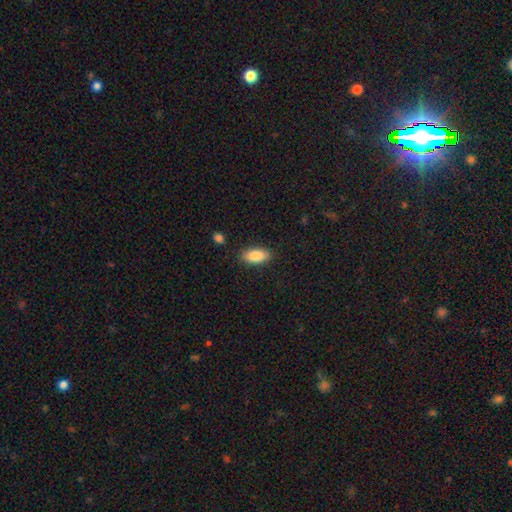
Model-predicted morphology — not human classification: Smooth or featured: smooth — 87% (featured or disk — 7%)
How rounded: in between — 88% (cigar-shaped — 10%)
Merging: none — 86% (minor disturbance — 10%)